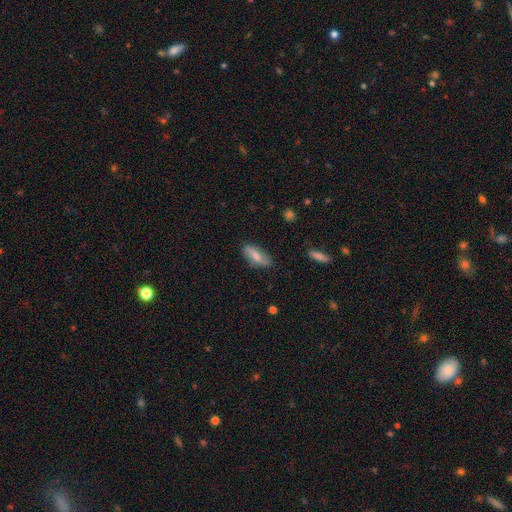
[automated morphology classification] type=smooth (71%); roundness=in between (70%); merging=none (79%).